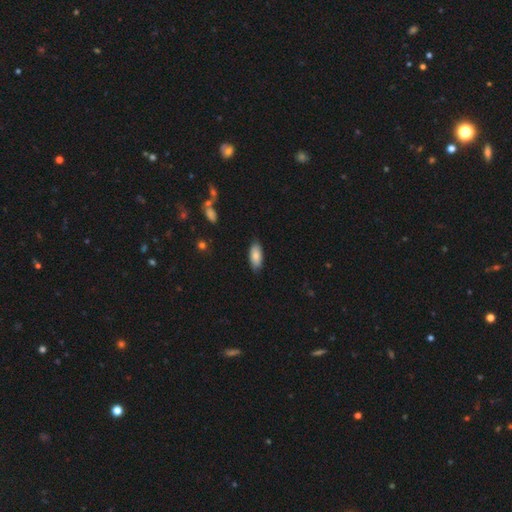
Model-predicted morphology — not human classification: A smooth galaxy with no disk features (83%) that is in between round and cigar-shaped (83%).

Vote fractions:
- Smooth or featured? smooth: 83% / featured or disk: 10% / star or artifact: 6%
- How rounded? in between: 83% / cigar-shaped: 15% / round: 2%
- Merging? none: 84% / minor disturbance: 13% / major disturbance: 2% / merger: 1%